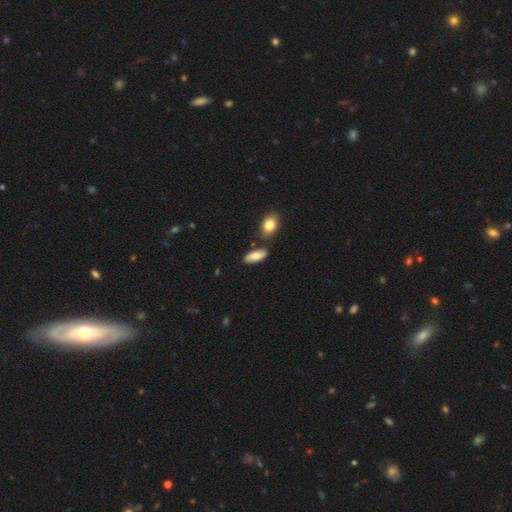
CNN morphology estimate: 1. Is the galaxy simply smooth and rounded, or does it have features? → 78% smooth, 15% featured or disk, 7% star or artifact.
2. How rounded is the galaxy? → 83% in between, 14% cigar-shaped, 3% round.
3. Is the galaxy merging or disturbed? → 74% none, 14% minor disturbance, 8% merger, 3% major disturbance.